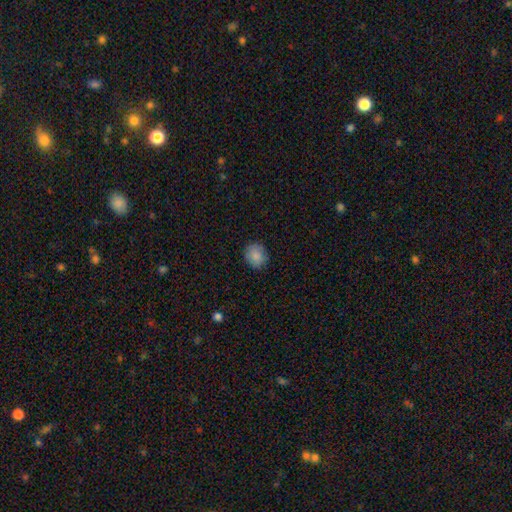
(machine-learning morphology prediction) Smooth or featured? smooth (87%)
How rounded? round (80%)
Merging? none (86%)